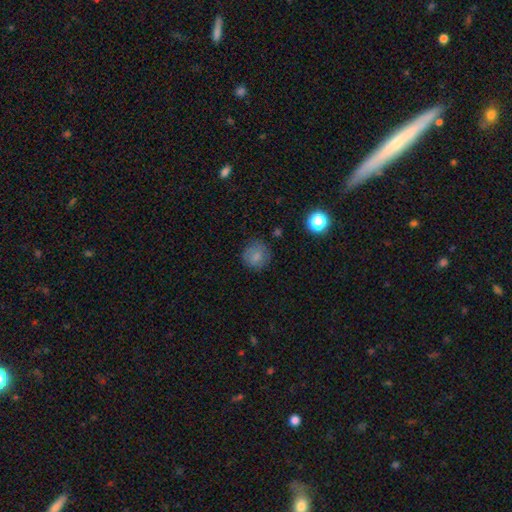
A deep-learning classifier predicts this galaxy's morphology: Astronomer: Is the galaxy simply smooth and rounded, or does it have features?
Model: smooth — 77%.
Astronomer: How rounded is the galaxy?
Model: round — 86%.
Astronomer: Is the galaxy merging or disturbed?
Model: none — 74%.